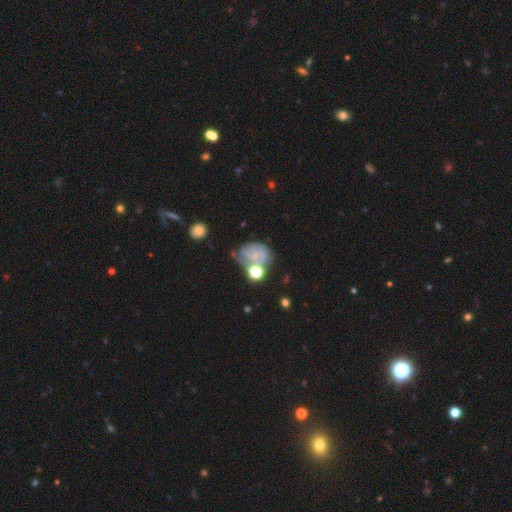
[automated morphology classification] smooth-or-featured: featured or disk: 57% | smooth: 30% | star or artifact: 13%
  disk-edge-on: no: 98% | yes: 2%
    bar: no: 74% | weak: 21% | strong: 5%
    has-spiral-arms: yes: 75% | no: 25%
    bulge-size: none: 43% | small: 39% | moderate: 14% | large: 3% | dominant: 2%
  merging: none: 35% | minor disturbance: 24% | major disturbance: 24% | merger: 16%